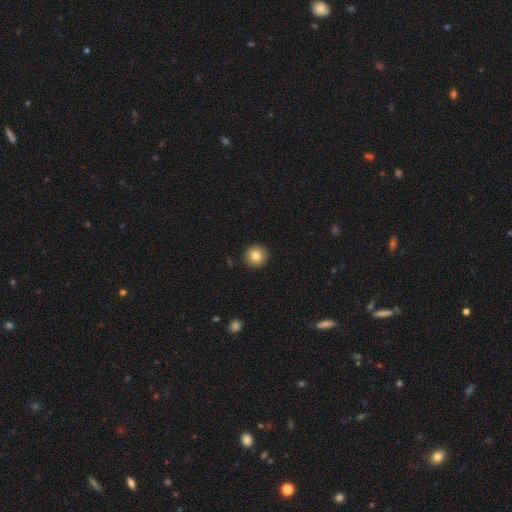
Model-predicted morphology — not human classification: Overall: smooth (84%). How rounded: round (94%). Merging: none (92%).